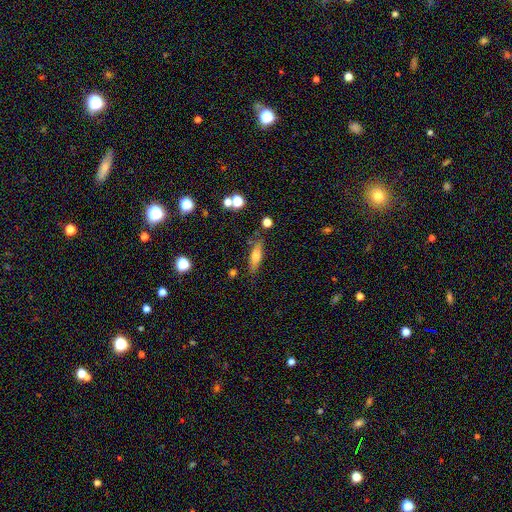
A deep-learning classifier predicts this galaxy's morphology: Overall: smooth (63%; featured or disk 29%). How rounded: cigar-shaped (49%; in between 48%). Merging: none (75%).